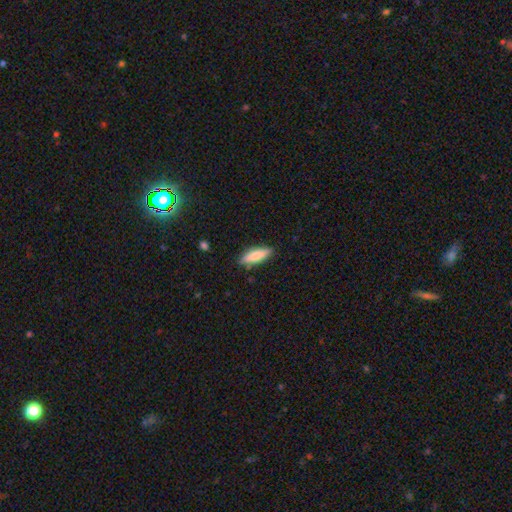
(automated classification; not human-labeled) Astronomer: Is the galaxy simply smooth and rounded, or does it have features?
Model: smooth — 76%.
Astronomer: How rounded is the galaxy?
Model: cigar-shaped — 51% (runner-up: in between, 47%).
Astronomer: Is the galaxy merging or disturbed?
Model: none — 85%.